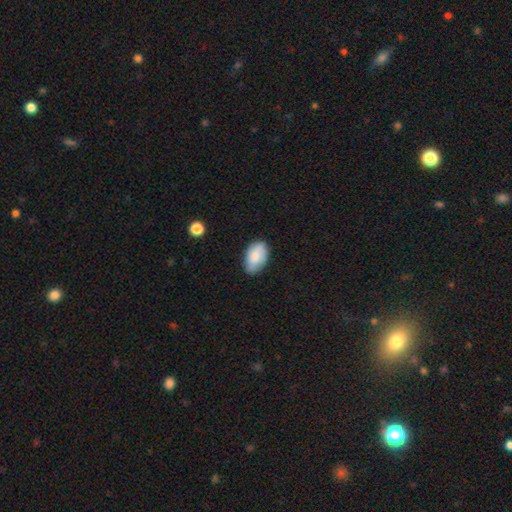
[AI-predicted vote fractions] A smooth galaxy with no disk features (76%) that is in between round and cigar-shaped (92%). Merging: none (72%).